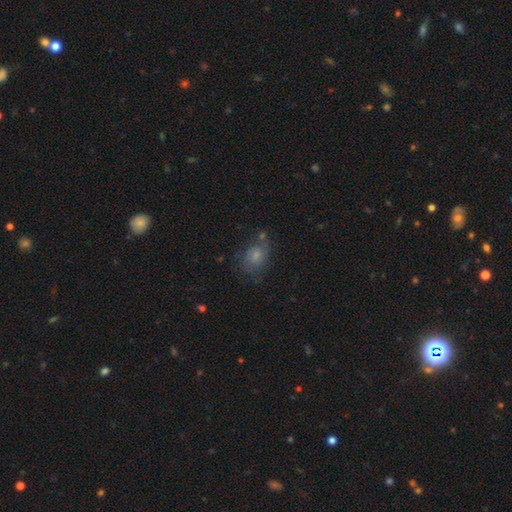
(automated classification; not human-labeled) A smooth galaxy with no disk features (57%) that is in between round and cigar-shaped (69%). Merging: none (55%).